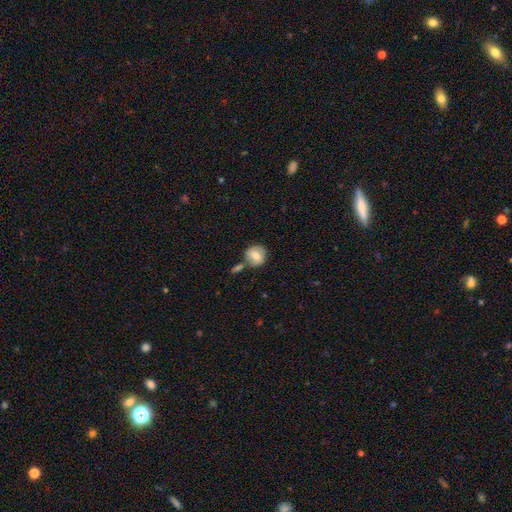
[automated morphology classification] This is likely a smooth galaxy (72%). How rounded: clearly round (87%). Merging: possibly none (58%).